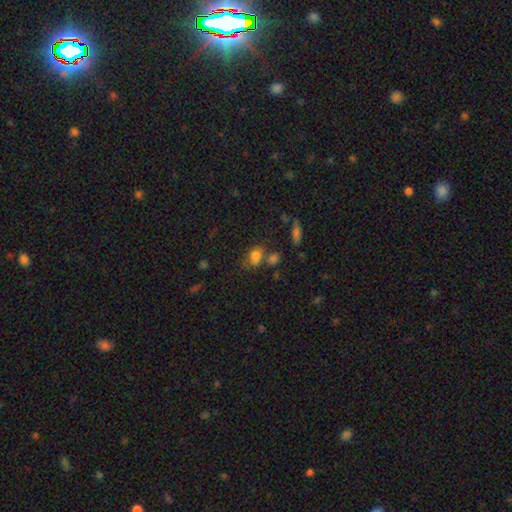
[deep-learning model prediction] smooth 77%, star or artifact 14%, featured or disk 9%. Down the decision tree: how rounded — in between (66%); merging — none (53%).